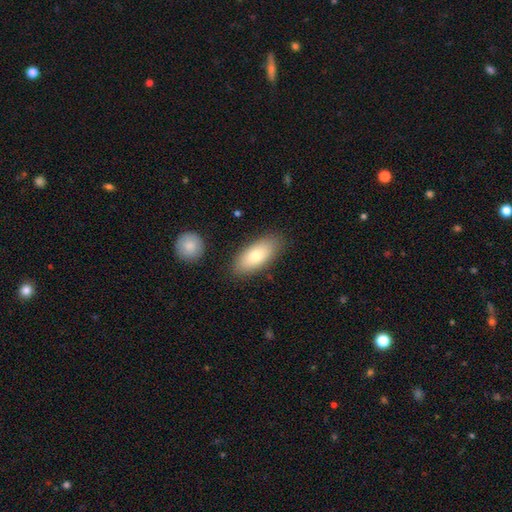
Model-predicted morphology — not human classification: Smooth or featured? Predicted: smooth (p=0.76). How rounded? Predicted: in between (p=0.87). Merging? Predicted: none (p=0.84).